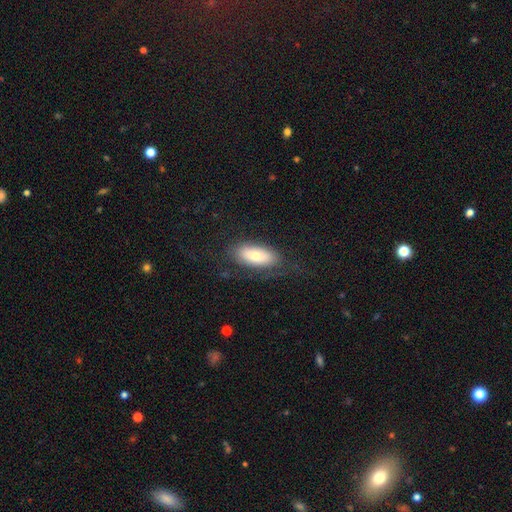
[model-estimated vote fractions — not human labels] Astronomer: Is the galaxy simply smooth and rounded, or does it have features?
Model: smooth — 68%.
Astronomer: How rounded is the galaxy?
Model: in between — 88%.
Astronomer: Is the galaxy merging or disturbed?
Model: none — 70%.